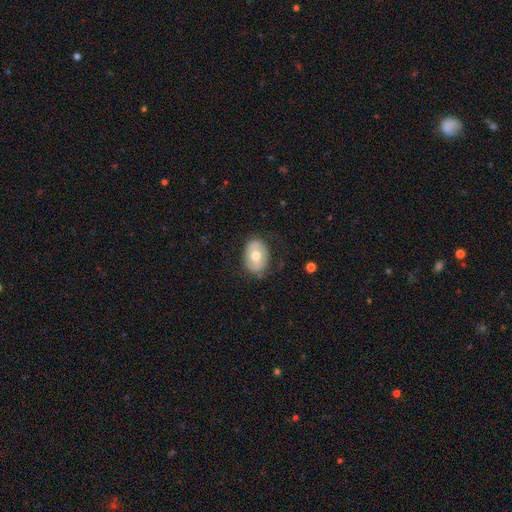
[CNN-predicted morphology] A smooth galaxy with no disk features (58%) that is in between round and cigar-shaped (67%).

Vote fractions:
- Smooth or featured? smooth: 58% / featured or disk: 35% / star or artifact: 6%
- How rounded? in between: 67% / round: 32% / cigar-shaped: 1%
- Merging? none: 78% / minor disturbance: 16% / major disturbance: 5% / merger: 1%